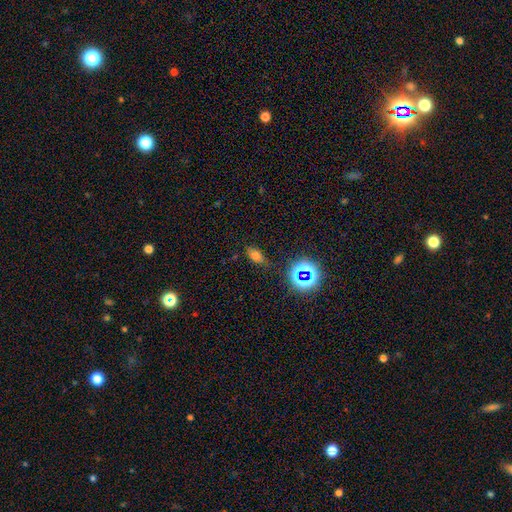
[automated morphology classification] Smooth or featured: smooth — 64% (star or artifact — 22%)
How rounded: in between — 77% (round — 12%)
Merging: none — 80% (minor disturbance — 14%)